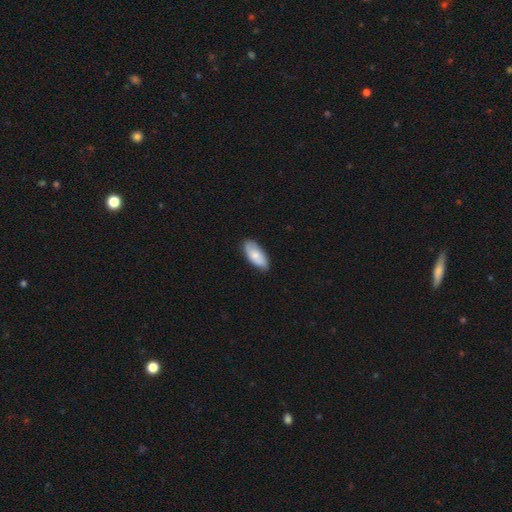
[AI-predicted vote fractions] Q: Smooth or featured?
A: smooth (71%); runner-up: featured or disk (23%)
Q: How rounded?
A: in between (89%); runner-up: cigar-shaped (9%)
Q: Merging?
A: none (81%); runner-up: minor disturbance (16%)